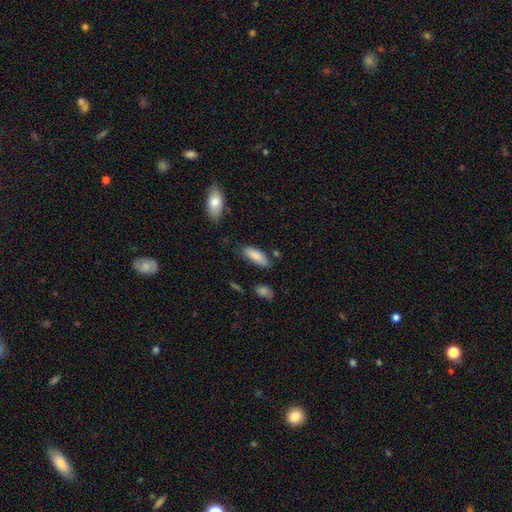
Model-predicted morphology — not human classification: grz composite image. It shows a smooth galaxy with no disk features (85%) that is in between round and cigar-shaped (68%). Merging: none (74%).